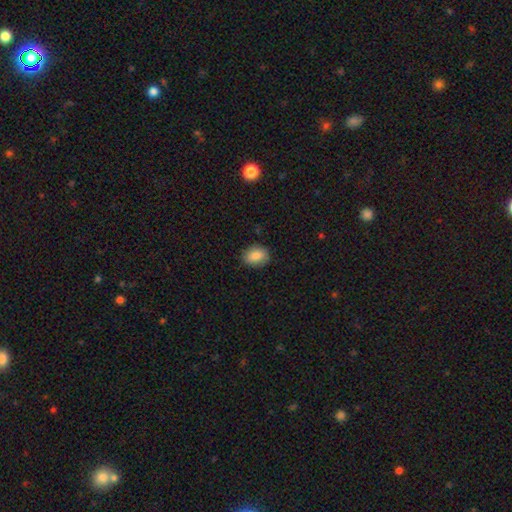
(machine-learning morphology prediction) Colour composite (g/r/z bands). It shows a smooth galaxy with no disk features (84%) that is in between round and cigar-shaped (63%). Merging: none (83%).